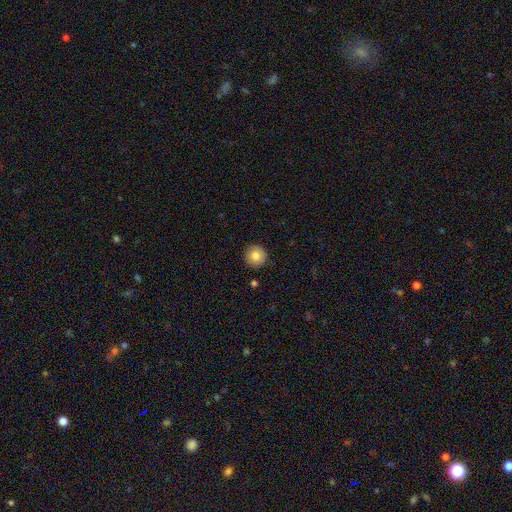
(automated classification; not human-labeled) smooth_or_featured: smooth (p=0.82) [alt: star or artifact p=0.09]
how_rounded: round (p=0.95) [alt: in between p=0.04]
merging: none (p=0.90) [alt: minor disturbance p=0.07]